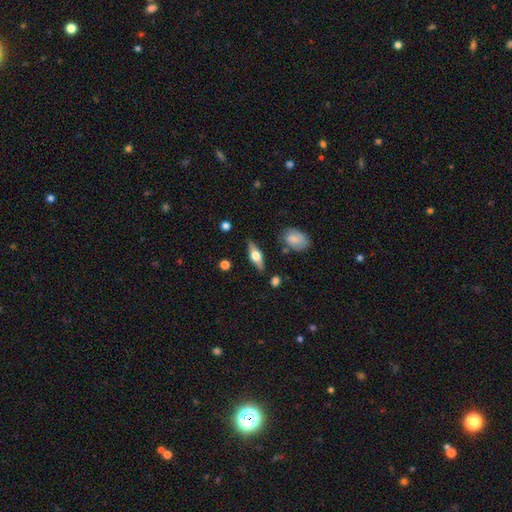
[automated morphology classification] Smooth or featured?
  - featured or disk: 58% *
  - smooth: 35%
  - star or artifact: 6%
Edge-on disk?
  - yes: 93% *
  - no: 7%
Edge-on bulge?
  - rounded: 94% *
  - boxy: 5%
  - none: 1%
Merging?
  - none: 83% *
  - minor disturbance: 12%
  - major disturbance: 3%
  - merger: 3%